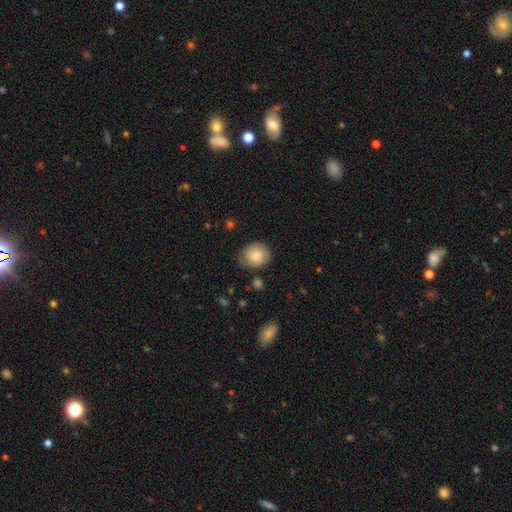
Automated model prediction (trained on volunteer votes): smooth-or-featured: smooth: 80% | featured or disk: 13% | star or artifact: 7%
  how-rounded: round: 73% | in between: 26% | cigar-shaped: 1%
  merging: none: 69% | minor disturbance: 23% | major disturbance: 5% | merger: 2%